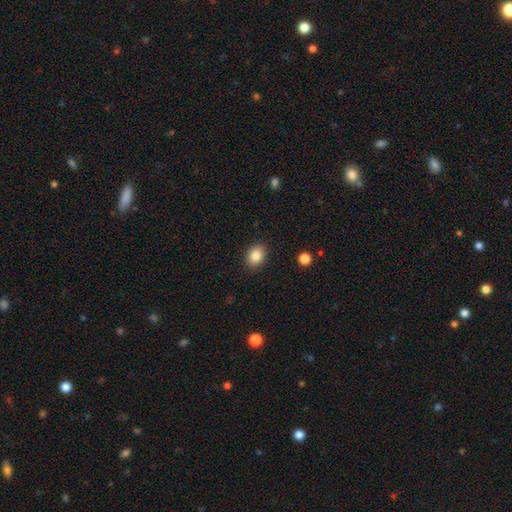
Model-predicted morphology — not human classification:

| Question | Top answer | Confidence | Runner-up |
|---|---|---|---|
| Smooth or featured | smooth | 85% | star or artifact (9%) |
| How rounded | in between | 67% | round (32%) |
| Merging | none | 89% | minor disturbance (8%) |